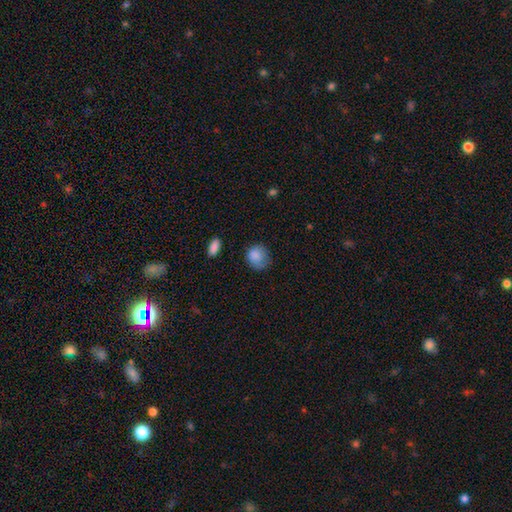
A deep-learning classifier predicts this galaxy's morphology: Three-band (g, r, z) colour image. It shows a smooth galaxy with no disk features (85%) that is round (71%). Merging: none (58%).